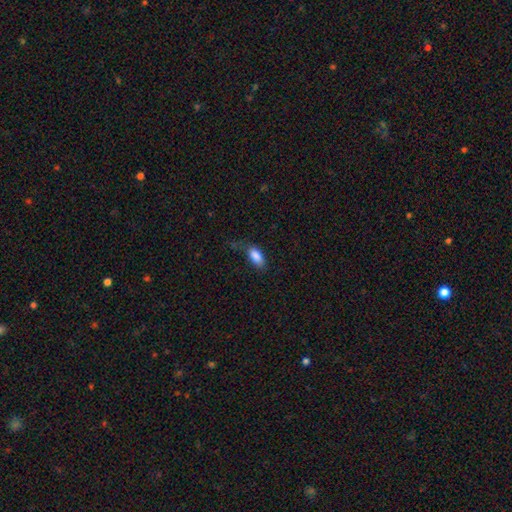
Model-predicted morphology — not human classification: smooth_or_featured: smooth (p=0.86) [alt: star or artifact p=0.07]
how_rounded: in between (p=0.89) [alt: cigar-shaped p=0.08]
merging: none (p=0.61) [alt: minor disturbance p=0.26]